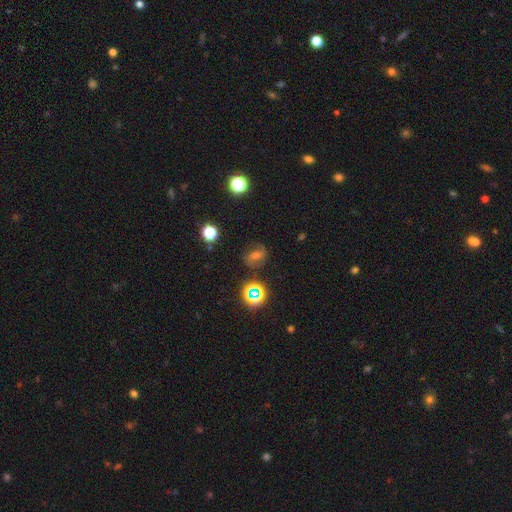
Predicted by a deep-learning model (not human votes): This appears to be a featured or disk galaxy (35%). Merging: none (76%).